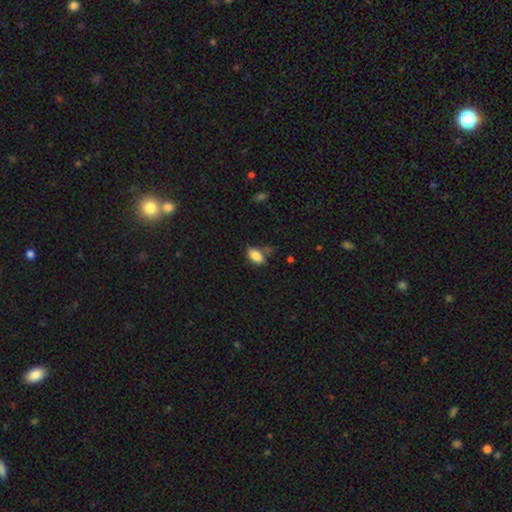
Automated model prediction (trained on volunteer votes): smooth-or-featured: smooth: 84% | star or artifact: 9% | featured or disk: 8%
  how-rounded: in between: 90% | round: 5% | cigar-shaped: 5%
  merging: none: 60% | minor disturbance: 24% | merger: 9% | major disturbance: 7%